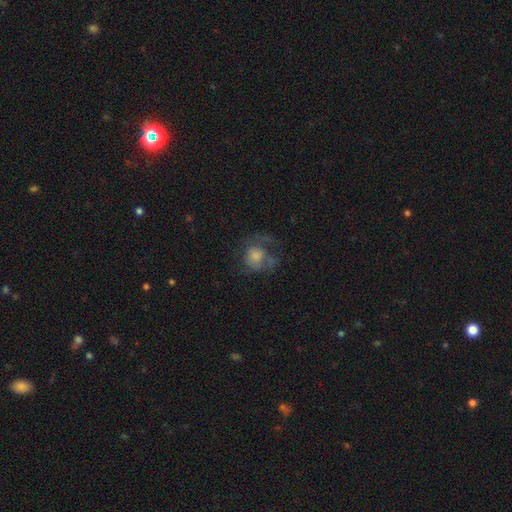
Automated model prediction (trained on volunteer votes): smooth 45%, featured or disk 41%, star or artifact 14%. Down the decision tree: merging — none (43%).